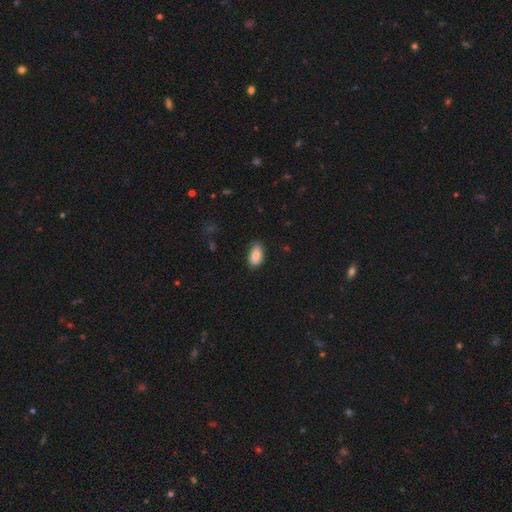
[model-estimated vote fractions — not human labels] A smooth galaxy with no disk features (85%) that is in between round and cigar-shaped (92%).

Vote fractions:
- Smooth or featured? smooth: 85% / featured or disk: 8% / star or artifact: 7%
- How rounded? in between: 92% / cigar-shaped: 5% / round: 4%
- Merging? none: 75% / minor disturbance: 20% / major disturbance: 3% / merger: 1%